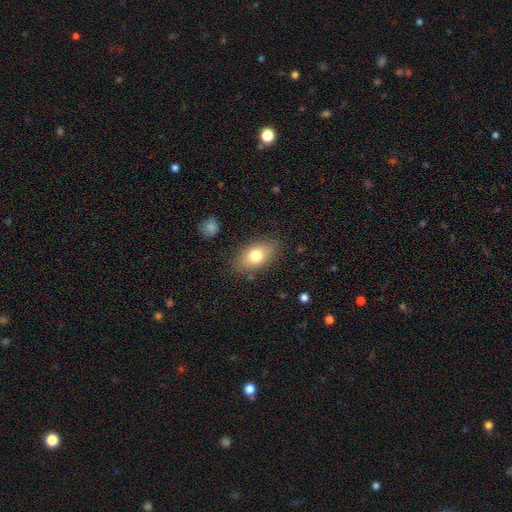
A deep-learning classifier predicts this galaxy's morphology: The model was most divided on "smooth or featured": smooth: 76%, featured or disk: 16%, star or artifact: 8%. More confident: how rounded — in between (88%); merging — none (83%).